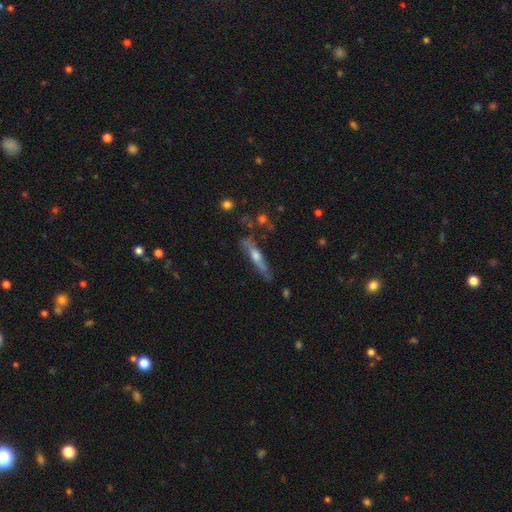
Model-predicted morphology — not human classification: This appears to be a featured or disk galaxy (64%) viewed edge-on (87%) with a rounded central bulge (80%). Merging: none (68%).